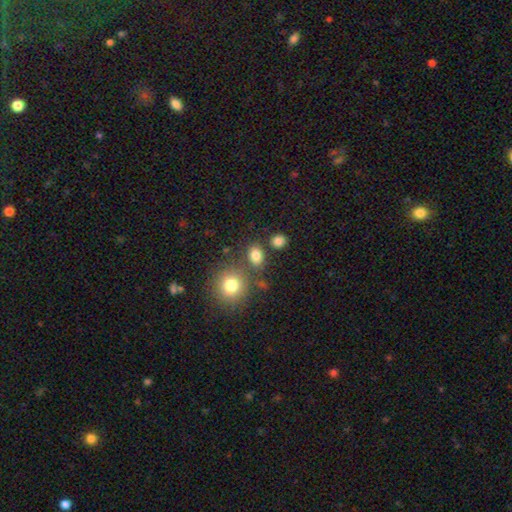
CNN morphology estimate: Overall: smooth (81%). How rounded: in between (56%; round 43%). Merging: none (73%).